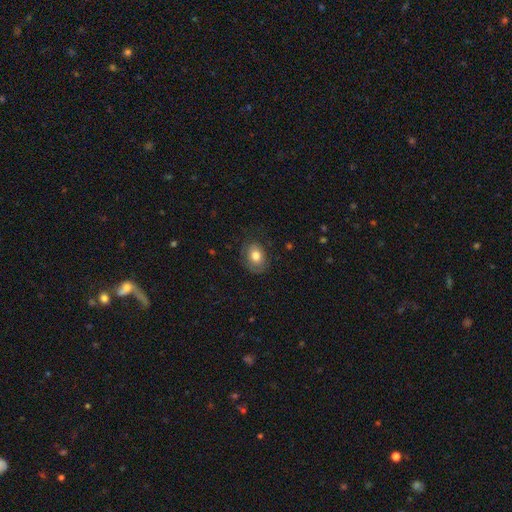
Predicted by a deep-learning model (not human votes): A smooth galaxy with no disk features (77%) that is in between round and cigar-shaped (64%).

Vote fractions:
- Smooth or featured? smooth: 77% / featured or disk: 15% / star or artifact: 8%
- How rounded? in between: 64% / round: 35% / cigar-shaped: 1%
- Merging? none: 72% / minor disturbance: 19% / major disturbance: 7% / merger: 1%